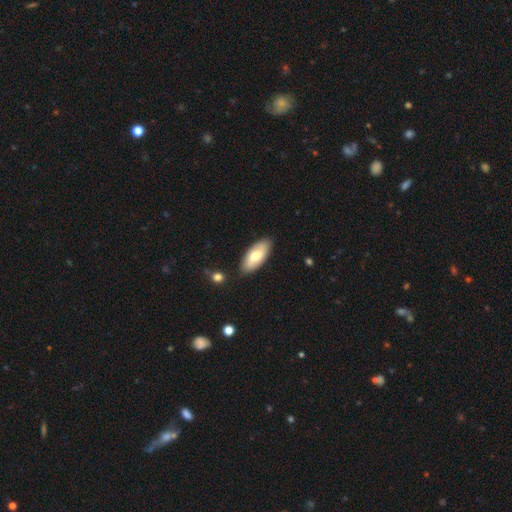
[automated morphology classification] Q: Smooth or featured?
A: smooth (67%); runner-up: featured or disk (28%)
Q: How rounded?
A: in between (88%); runner-up: cigar-shaped (10%)
Q: Merging?
A: none (86%); runner-up: minor disturbance (9%)